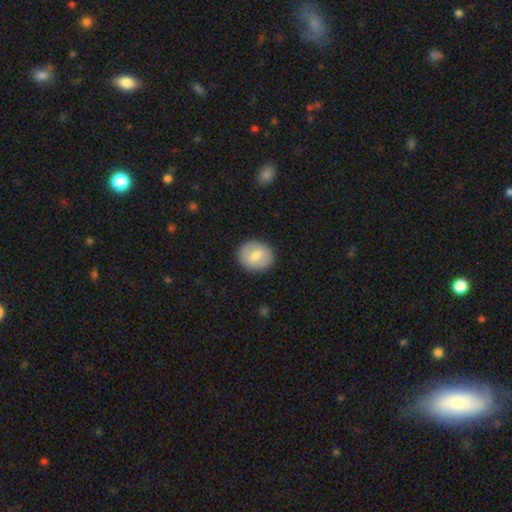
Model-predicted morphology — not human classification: Smooth or featured? smooth (68%)
How rounded? round (67%)
Merging? none (89%)